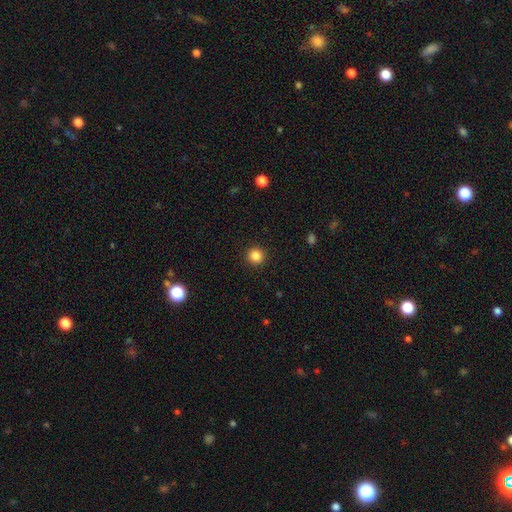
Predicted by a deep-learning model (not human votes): This is clearly a smooth galaxy (85%). How rounded: clearly round (95%). Merging: clearly none (93%).